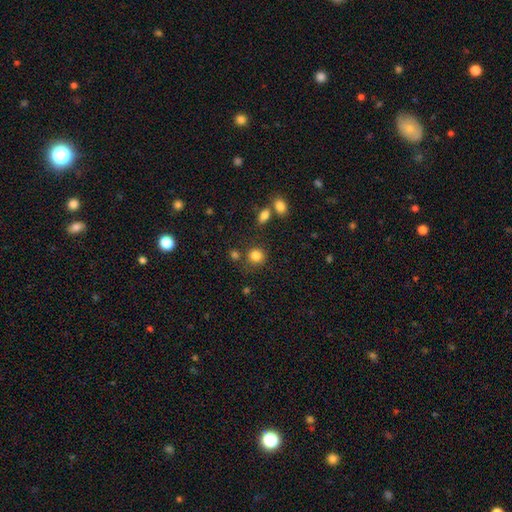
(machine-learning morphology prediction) type=smooth (83%); roundness=round (86%); merging=none (77%).